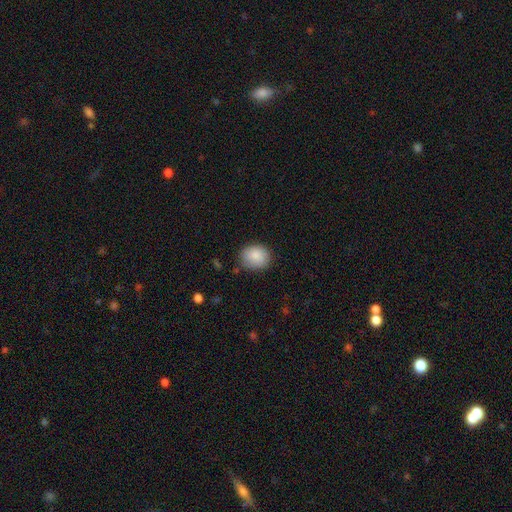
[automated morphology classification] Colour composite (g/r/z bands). It shows a smooth galaxy with no disk features (87%) that is round (57%). Merging: none (80%).